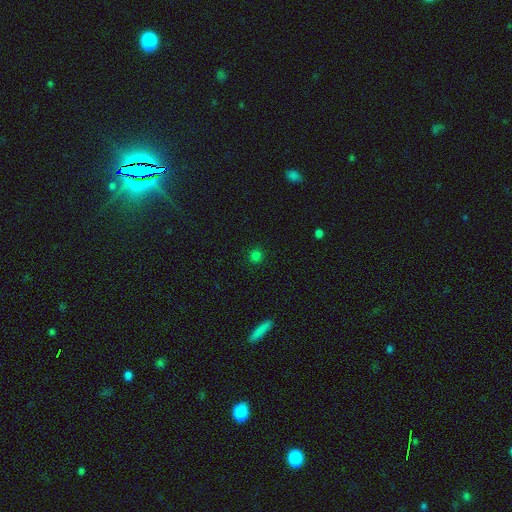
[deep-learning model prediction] Smooth or featured? smooth (78%)
How rounded? round (94%)
Merging? none (91%)